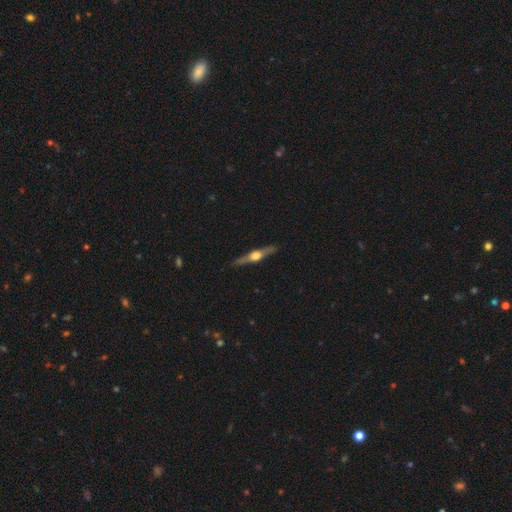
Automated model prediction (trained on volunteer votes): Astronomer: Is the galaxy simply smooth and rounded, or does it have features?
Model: featured or disk — 78%.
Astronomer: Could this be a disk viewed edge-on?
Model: yes — 98%.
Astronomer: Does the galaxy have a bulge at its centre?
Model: rounded — 94%.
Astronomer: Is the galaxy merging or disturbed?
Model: none — 89%.